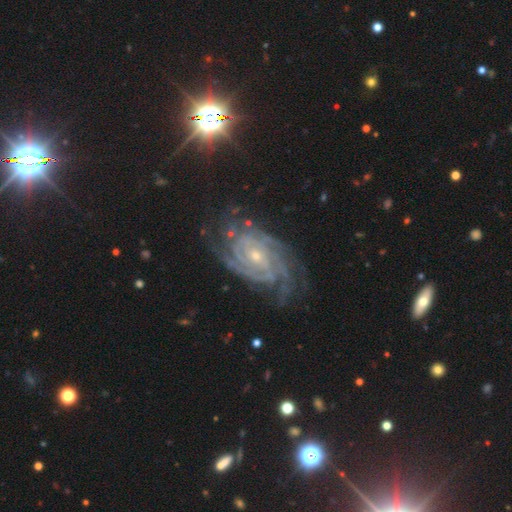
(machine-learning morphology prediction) Smooth or featured: featured or disk — 89% (star or artifact — 7%)
Edge-on disk: no — 97% (yes — 3%)
Bar: no — 55% (weak — 33%)
Spiral arms: yes — 98% (no — 2%)
Spiral winding: tight — 72% (medium — 24%)
Spiral arm count: 4 — 23% (can't tell — 21%)
Bulge size: small — 70% (moderate — 26%)
Merging: none — 72% (minor disturbance — 18%)